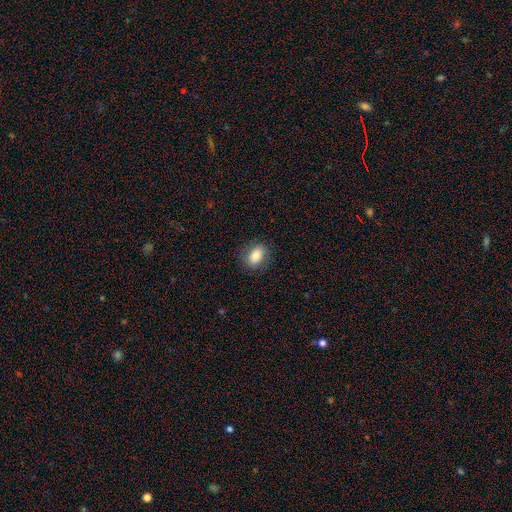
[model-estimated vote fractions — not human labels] smooth 80%, featured or disk 11%, star or artifact 8%. Down the decision tree: how rounded — in between (71%); merging — none (83%).